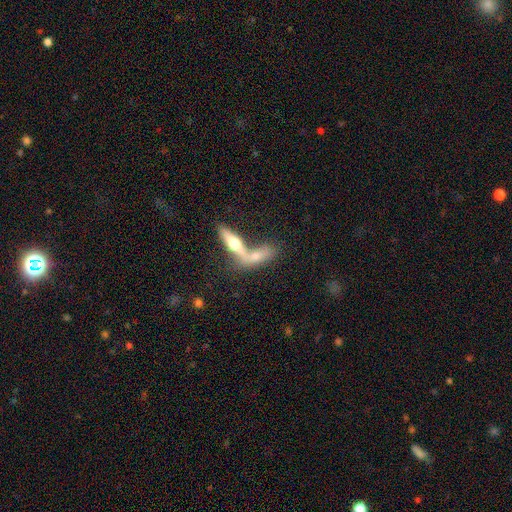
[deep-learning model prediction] The model was most divided on "smooth or featured": smooth: 46%, featured or disk: 45%, star or artifact: 8%. More confident: merging — merger (58%).